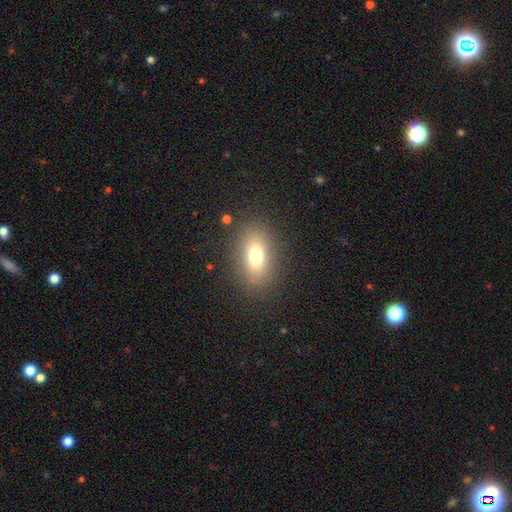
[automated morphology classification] Smooth or featured? smooth (73%)
How rounded? in between (80%)
Merging? none (84%)